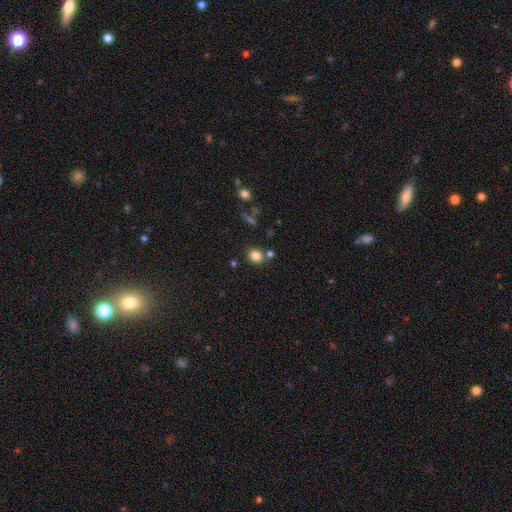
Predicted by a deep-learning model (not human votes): Smooth or featured?
  - smooth: 82% *
  - star or artifact: 12%
  - featured or disk: 6%
How rounded?
  - round: 72% *
  - in between: 27%
  - cigar-shaped: 1%
Merging?
  - none: 75% *
  - merger: 12%
  - minor disturbance: 10%
  - major disturbance: 3%